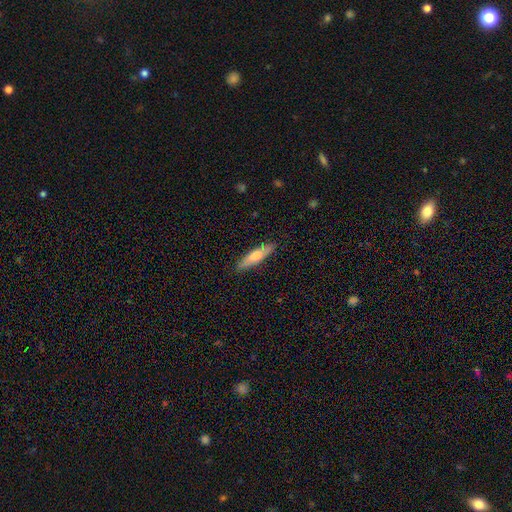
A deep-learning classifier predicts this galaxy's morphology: The model was most divided on "smooth or featured": smooth: 62%, featured or disk: 32%, star or artifact: 6%. More confident: merging — none (86%); how rounded — cigar-shaped (72%).